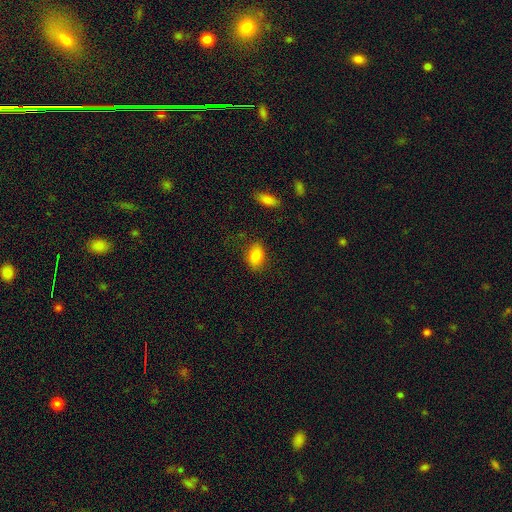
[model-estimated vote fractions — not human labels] Smooth or featured? Predicted: smooth (p=0.82). How rounded? Predicted: in between (p=0.82). Merging? Predicted: none (p=0.78).